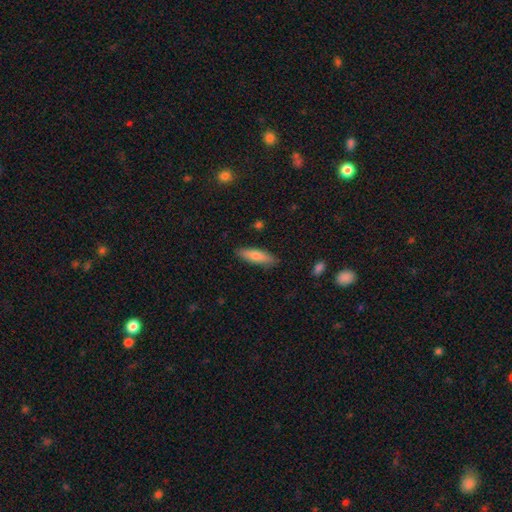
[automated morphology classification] A smooth galaxy with no disk features (74%) that is cigar-shaped (64%). Merging: none (87%).